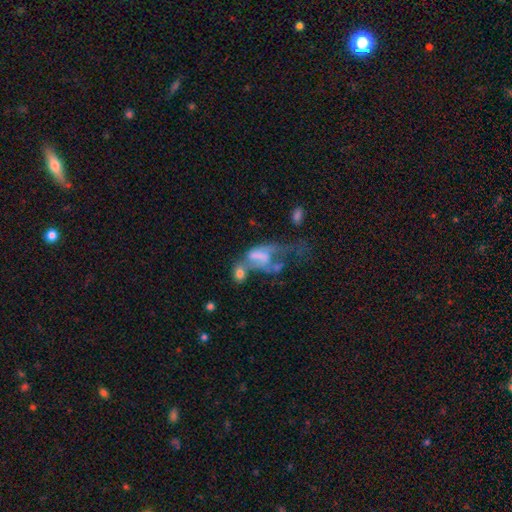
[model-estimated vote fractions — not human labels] The model was most divided on "merging": merger: 43%, major disturbance: 38%, none: 11%, minor disturbance: 9%. More confident: edge-on disk — no (95%); smooth or featured — featured or disk (51%).